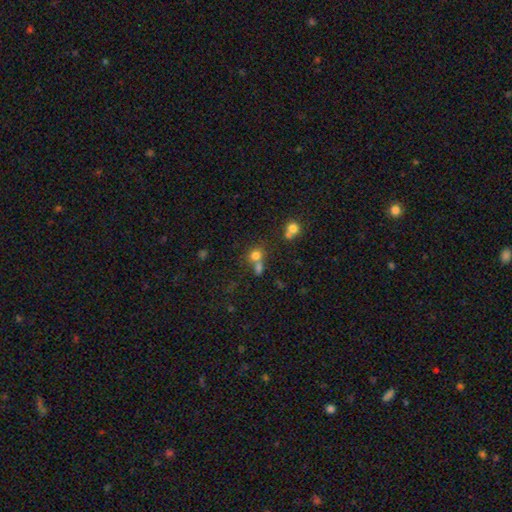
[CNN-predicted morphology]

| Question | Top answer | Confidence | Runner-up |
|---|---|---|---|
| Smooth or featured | smooth | 75% | star or artifact (16%) |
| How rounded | round | 75% | in between (24%) |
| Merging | none | 49% | merger (37%) |